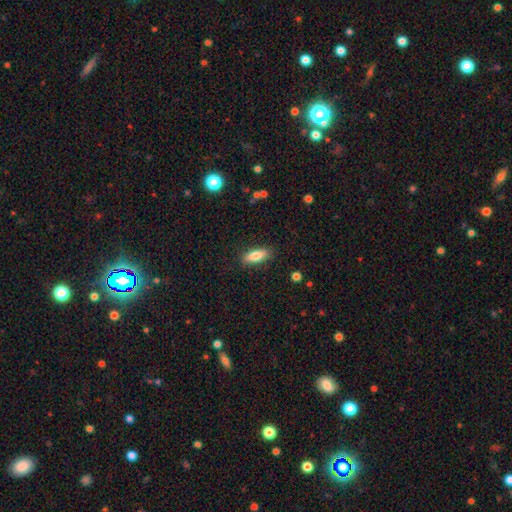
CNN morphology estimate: smooth-or-featured: smooth: 80% | featured or disk: 13% | star or artifact: 7%
  how-rounded: in between: 71% | cigar-shaped: 27% | round: 2%
  merging: none: 87% | minor disturbance: 10% | major disturbance: 2% | merger: 1%